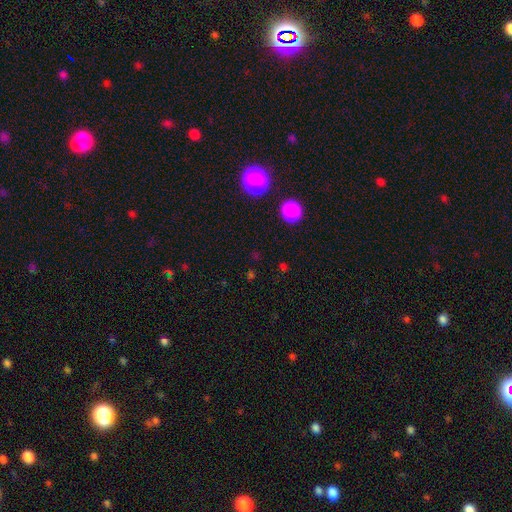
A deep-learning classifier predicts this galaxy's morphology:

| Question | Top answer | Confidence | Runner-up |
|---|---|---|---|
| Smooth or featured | smooth | 49% | star or artifact (43%) |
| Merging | none | 79% | minor disturbance (10%) |